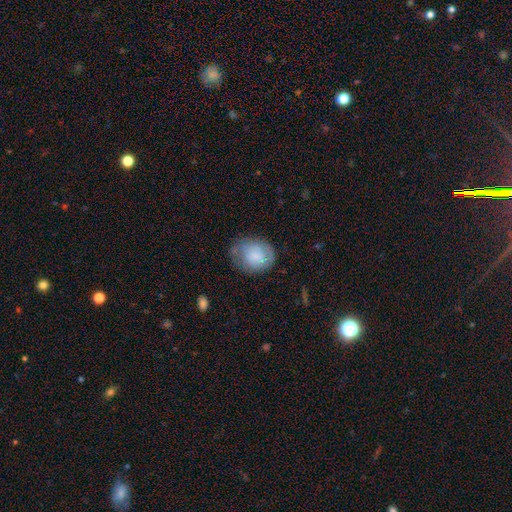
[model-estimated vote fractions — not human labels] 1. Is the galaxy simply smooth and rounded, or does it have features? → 65% smooth, 28% featured or disk, 8% star or artifact.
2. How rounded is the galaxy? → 51% round, 48% in between, 1% cigar-shaped.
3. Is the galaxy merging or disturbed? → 56% none, 29% minor disturbance, 13% major disturbance, 2% merger.